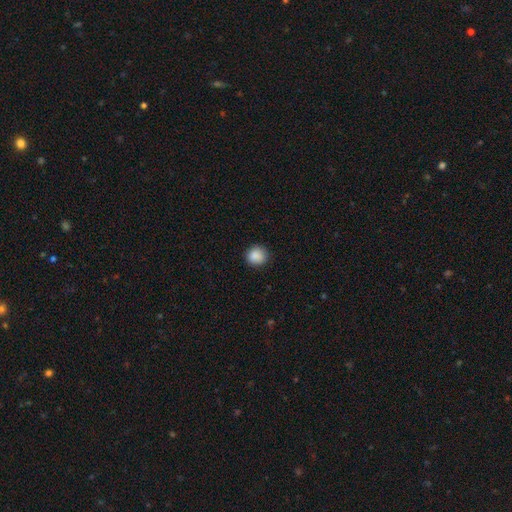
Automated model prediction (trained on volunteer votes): Smooth or featured: smooth — 88% (star or artifact — 9%)
How rounded: round — 86% (in between — 13%)
Merging: none — 87% (minor disturbance — 9%)